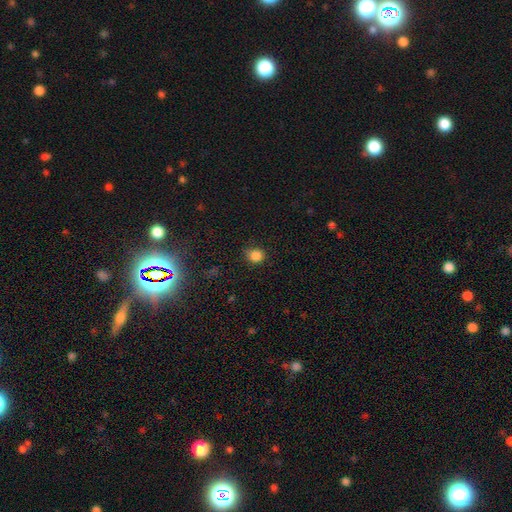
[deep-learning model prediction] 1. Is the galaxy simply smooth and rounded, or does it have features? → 84% smooth, 12% star or artifact, 4% featured or disk.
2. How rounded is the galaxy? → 81% round, 18% in between, 1% cigar-shaped.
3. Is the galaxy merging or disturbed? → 78% none, 17% minor disturbance, 4% major disturbance, 1% merger.